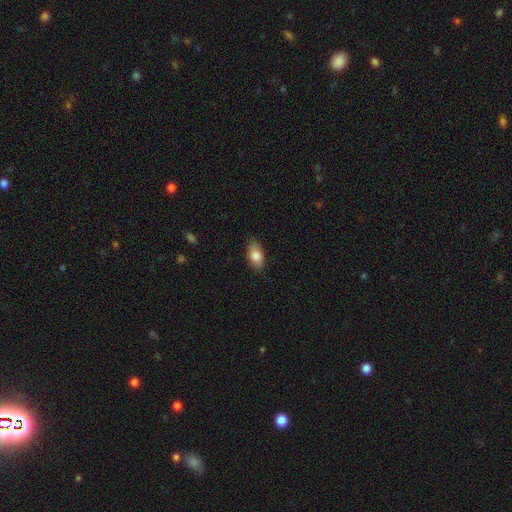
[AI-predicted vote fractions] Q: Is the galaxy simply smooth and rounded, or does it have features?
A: smooth — 83%.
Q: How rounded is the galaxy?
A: in between — 90%.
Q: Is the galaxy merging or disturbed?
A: none — 85%.